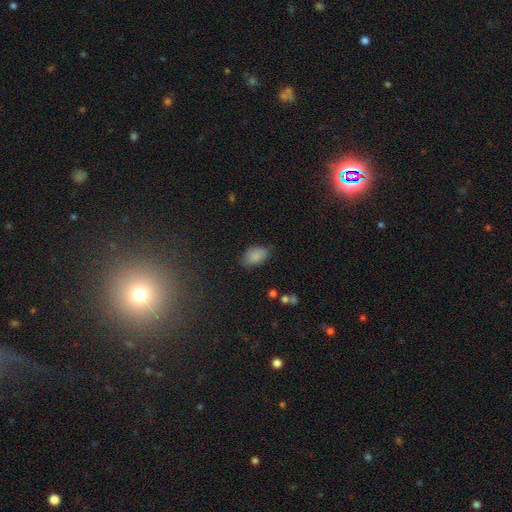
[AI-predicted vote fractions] A smooth galaxy with no disk features (85%) that is in between round and cigar-shaped (93%).

Vote fractions:
- Smooth or featured? smooth: 85% / star or artifact: 8% / featured or disk: 7%
- How rounded? in between: 93% / round: 5% / cigar-shaped: 2%
- Merging? none: 77% / minor disturbance: 18% / major disturbance: 4% / merger: 2%